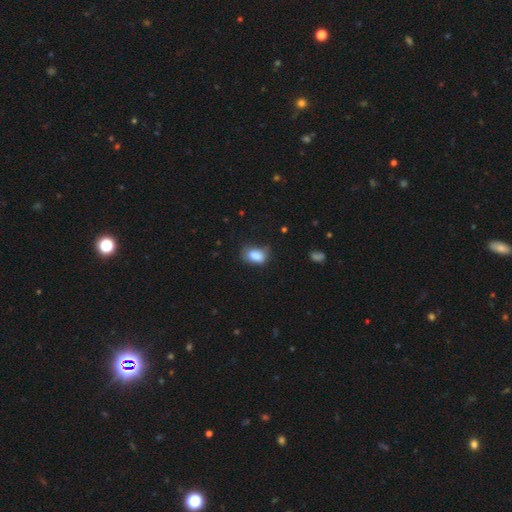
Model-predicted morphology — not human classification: smooth_or_featured: smooth (p=0.84) [alt: star or artifact p=0.09]
how_rounded: in between (p=0.83) [alt: round p=0.15]
merging: none (p=0.51) [alt: minor disturbance p=0.34]